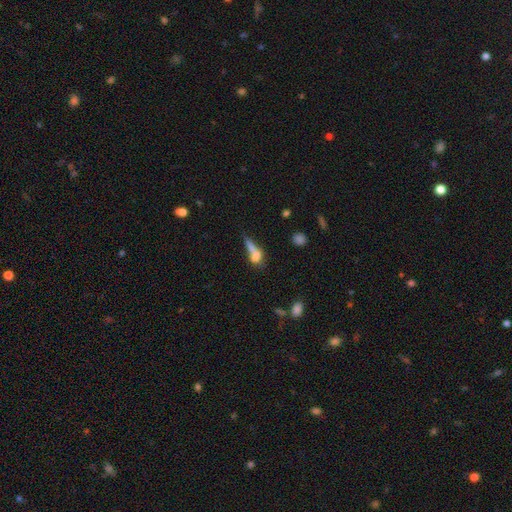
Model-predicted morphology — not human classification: type=smooth (61%); roundness=in between (45%); merging=merger (38%).